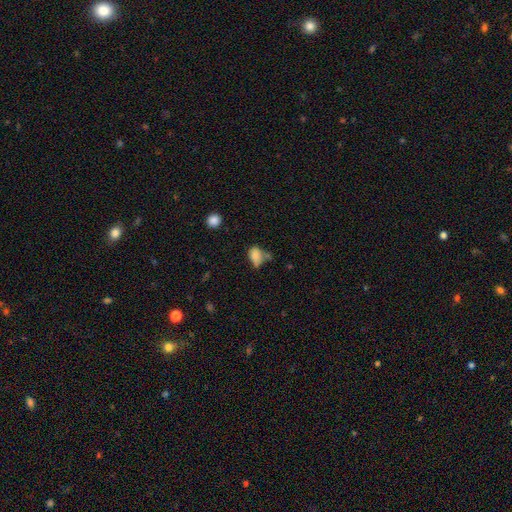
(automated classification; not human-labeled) smooth_or_featured: smooth (p=0.75) [alt: featured or disk p=0.13]
how_rounded: in between (p=0.81) [alt: round p=0.16]
merging: none (p=0.31) [alt: minor disturbance p=0.29]